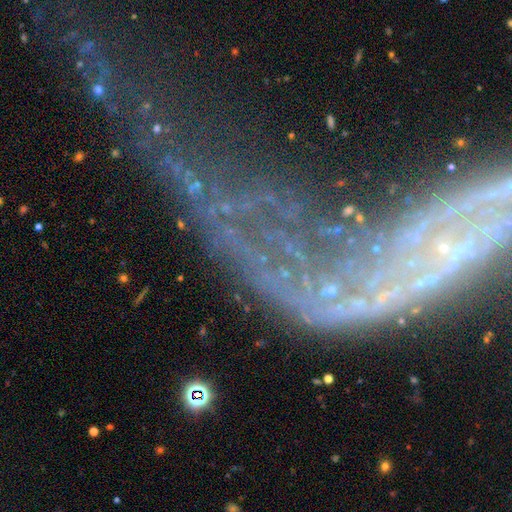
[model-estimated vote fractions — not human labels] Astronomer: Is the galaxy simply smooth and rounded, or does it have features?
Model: featured or disk — 48% (runner-up: star or artifact, 38%).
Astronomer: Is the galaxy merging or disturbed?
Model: none — 49% (runner-up: major disturbance, 27%).